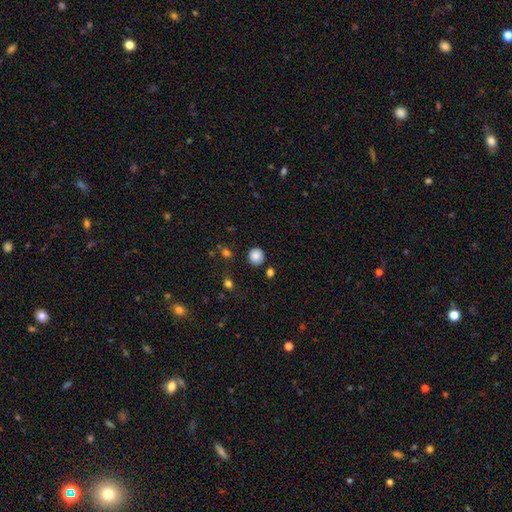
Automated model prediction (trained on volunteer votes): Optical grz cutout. It shows a smooth galaxy with no disk features (87%) that is round (91%). Merging: none (87%).